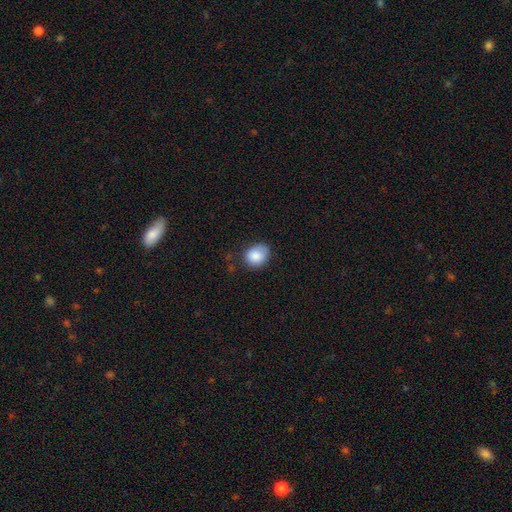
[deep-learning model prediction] This is clearly a smooth galaxy (86%). How rounded: possibly round (56%). Merging: likely none (68%).